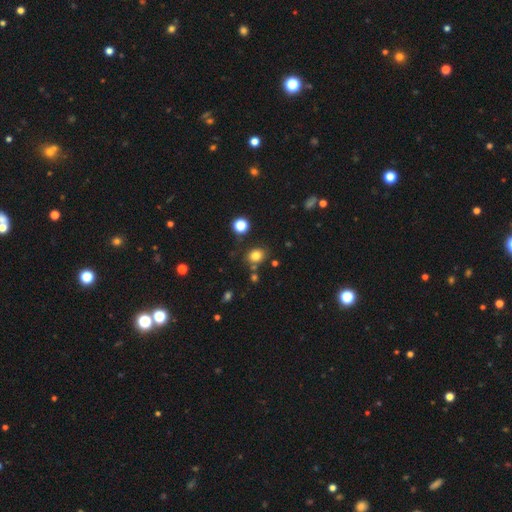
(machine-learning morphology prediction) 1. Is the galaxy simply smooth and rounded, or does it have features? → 79% smooth, 14% star or artifact, 6% featured or disk.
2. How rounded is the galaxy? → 65% round, 34% in between, 1% cigar-shaped.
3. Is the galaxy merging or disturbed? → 77% none, 12% minor disturbance, 8% merger, 4% major disturbance.